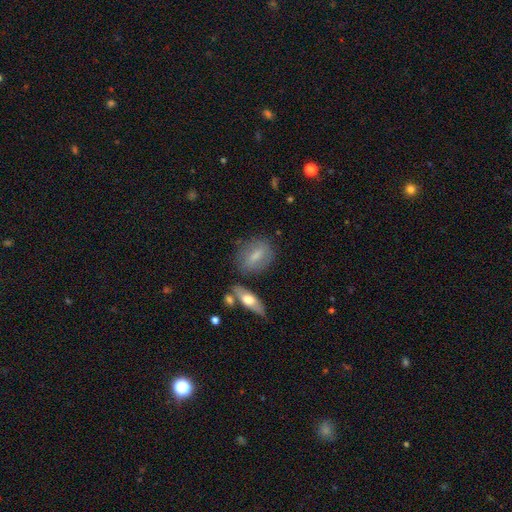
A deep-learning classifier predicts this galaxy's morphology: Overall: smooth (60%; featured or disk 33%). How rounded: in between (67%). Merging: none (67%).